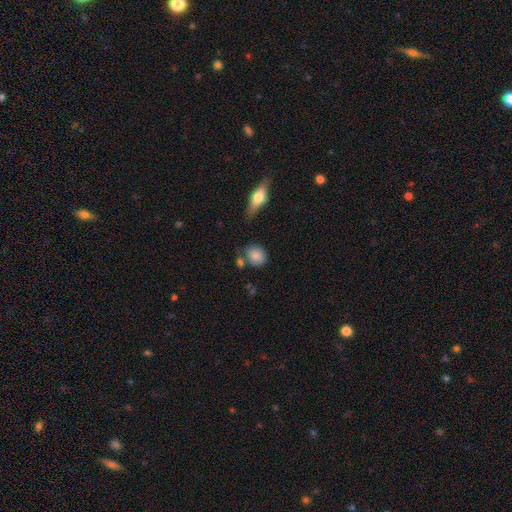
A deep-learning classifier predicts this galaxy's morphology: smooth-or-featured: smooth: 83% | featured or disk: 9% | star or artifact: 8%
  how-rounded: round: 68% | in between: 30% | cigar-shaped: 2%
  merging: none: 68% | minor disturbance: 16% | merger: 12% | major disturbance: 4%